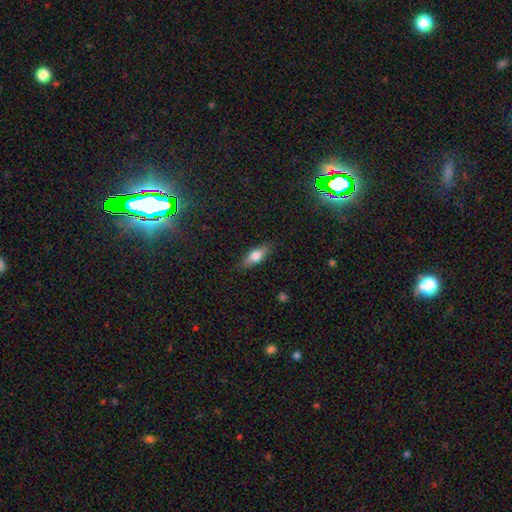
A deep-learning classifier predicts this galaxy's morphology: The model was most divided on "how rounded": in between: 62%, cigar-shaped: 35%, round: 3%. More confident: merging — none (86%); smooth or featured — smooth (66%).